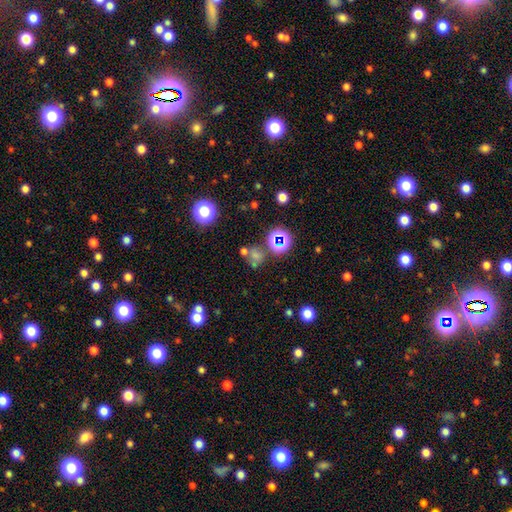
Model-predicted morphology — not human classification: The model was most divided on "smooth or featured": smooth: 51%, star or artifact: 37%, featured or disk: 12%. More confident: how rounded — round (72%); merging — none (52%).